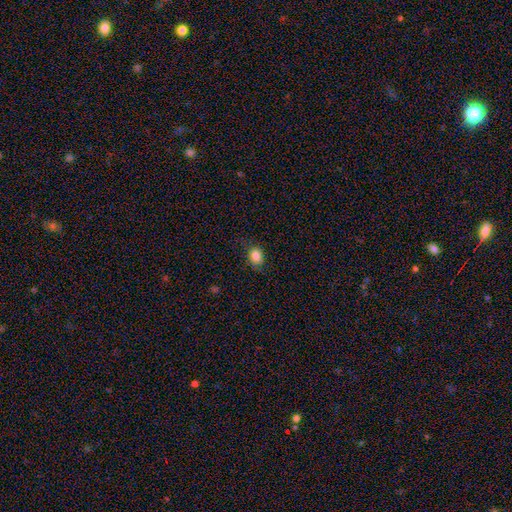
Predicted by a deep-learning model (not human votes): Overall: smooth (84%). How rounded: in between (64%; round 35%). Merging: none (73%).